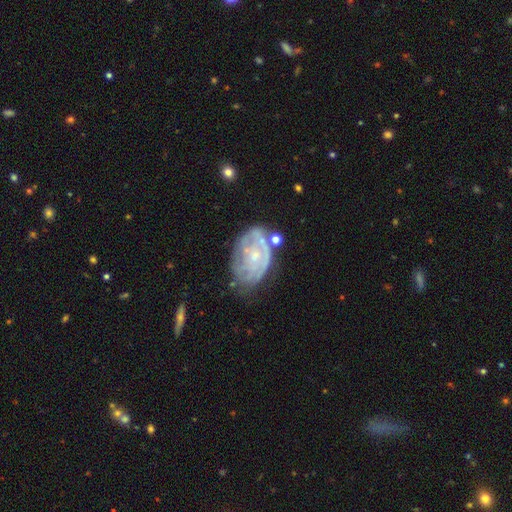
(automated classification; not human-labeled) Smooth or featured: featured or disk — 73% (smooth — 20%)
Edge-on disk: no — 96% (yes — 4%)
Bar: no — 78% (weak — 18%)
Spiral arms: yes — 70% (no — 30%)
Bulge size: small — 65% (moderate — 25%)
Merging: none — 53% (minor disturbance — 27%)